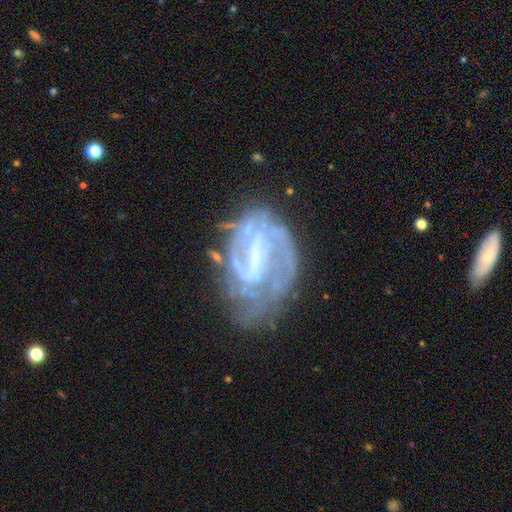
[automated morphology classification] A featured or disk galaxy (81%) with a strong bar (42%), tight (48%) spiral arms (80%) and no central bulge (40%).

Vote fractions:
- Smooth or featured? featured or disk: 81% / smooth: 11% / star or artifact: 8%
- Edge-on disk? no: 97% / yes: 3%
- Bar? strong: 42% / weak: 41% / no: 17%
- Spiral arms? yes: 80% / no: 20%
- Spiral winding? tight: 48% / medium: 37% / loose: 15%
- Spiral arm count? can't tell: 38% / 2: 35% / 3: 12% / 1: 7% / 4: 4% / more than 4: 3%
- Bulge size? none: 40% / small: 31% / moderate: 23% / large: 5% / dominant: 1%
- Merging? none: 48% / minor disturbance: 25% / major disturbance: 23% / merger: 4%